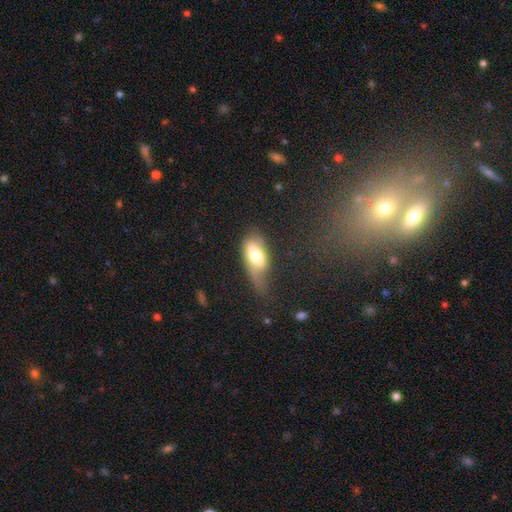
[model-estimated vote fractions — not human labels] The model was most divided on "merging": minor disturbance: 37%, major disturbance: 31%, none: 29%, merger: 3%. More confident: how rounded — in between (87%); smooth or featured — smooth (63%).